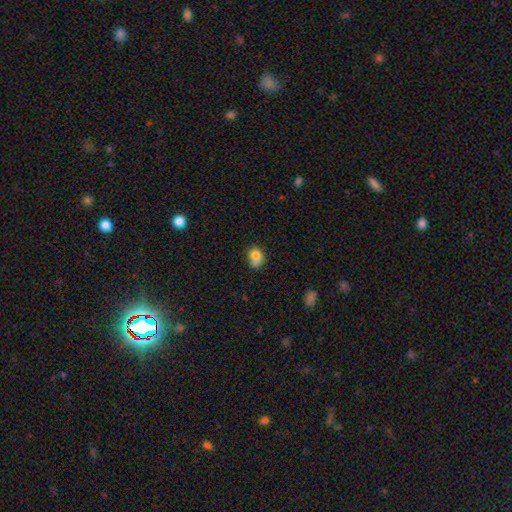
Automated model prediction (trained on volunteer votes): smooth-or-featured: smooth: 77% | featured or disk: 13% | star or artifact: 11%
  how-rounded: round: 50% | in between: 49% | cigar-shaped: 1%
  merging: none: 42% | minor disturbance: 28% | merger: 16% | major disturbance: 13%